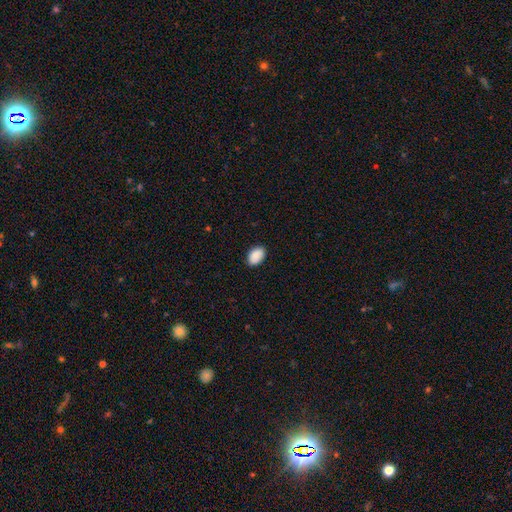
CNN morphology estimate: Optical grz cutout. It shows a smooth galaxy with no disk features (90%) that is in between round and cigar-shaped (88%). Merging: none (87%).